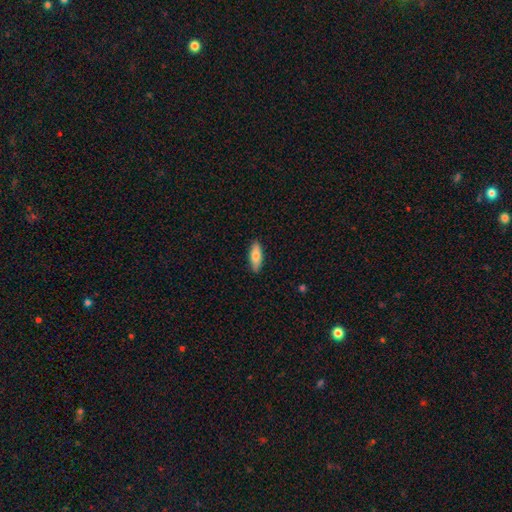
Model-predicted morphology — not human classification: Q: Smooth or featured?
A: smooth (77%); runner-up: featured or disk (17%)
Q: How rounded?
A: in between (65%); runner-up: cigar-shaped (33%)
Q: Merging?
A: none (88%); runner-up: minor disturbance (9%)